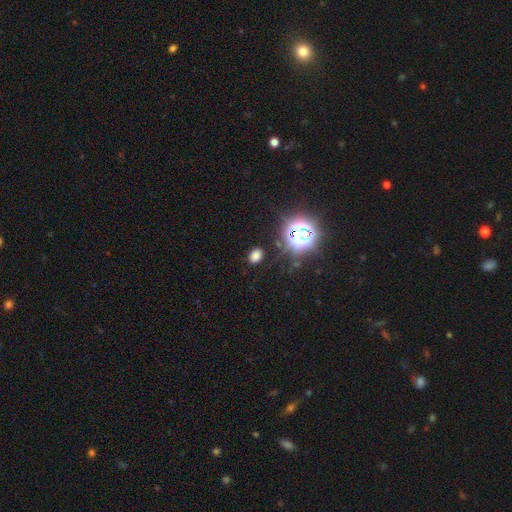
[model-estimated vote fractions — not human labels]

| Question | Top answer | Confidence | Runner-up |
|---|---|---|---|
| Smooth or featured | smooth | 68% | star or artifact (26%) |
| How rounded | in between | 72% | round (27%) |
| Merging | none | 83% | minor disturbance (11%) |